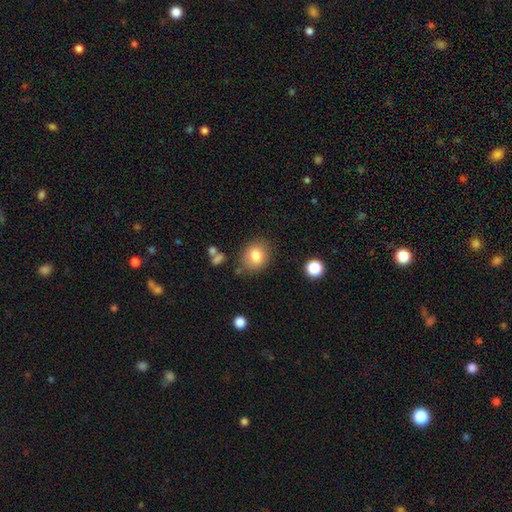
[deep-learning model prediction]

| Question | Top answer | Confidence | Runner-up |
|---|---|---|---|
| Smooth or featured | smooth | 81% | star or artifact (10%) |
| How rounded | round | 62% | in between (37%) |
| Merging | none | 77% | minor disturbance (14%) |